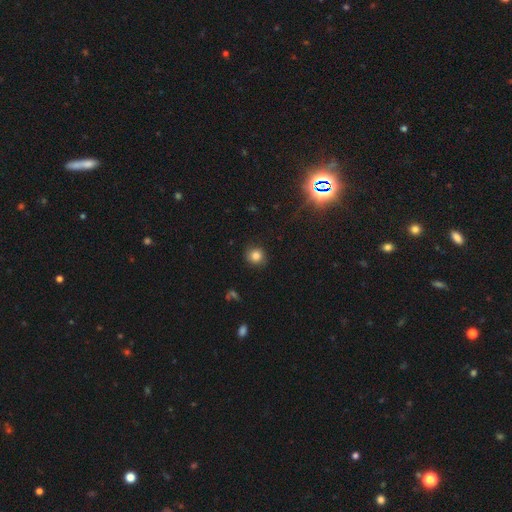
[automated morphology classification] A smooth galaxy with no disk features (80%) that is round (88%).

Vote fractions:
- Smooth or featured? smooth: 80% / star or artifact: 13% / featured or disk: 8%
- How rounded? round: 88% / in between: 11% / cigar-shaped: 1%
- Merging? none: 83% / minor disturbance: 12% / major disturbance: 3% / merger: 1%